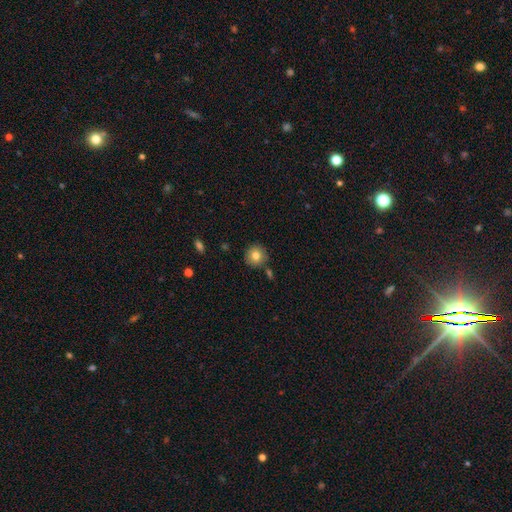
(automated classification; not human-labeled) This is likely a smooth galaxy (80%). How rounded: clearly round (92%). Merging: clearly none (83%).